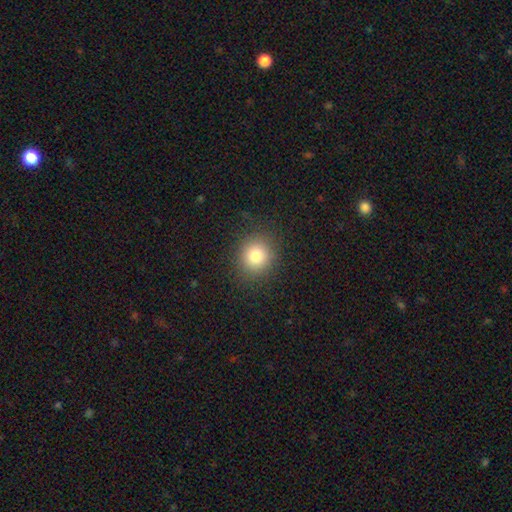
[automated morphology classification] Smooth or featured: smooth — 79% (star or artifact — 13%)
How rounded: round — 86% (in between — 13%)
Merging: none — 88% (minor disturbance — 7%)